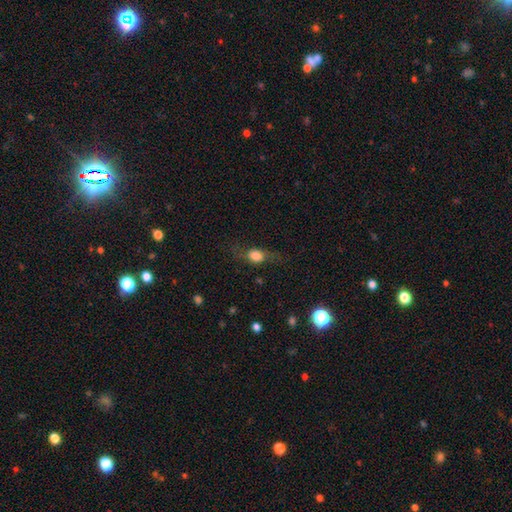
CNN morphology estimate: Smooth or featured: smooth — 67% (featured or disk — 23%)
How rounded: in between — 58% (round — 29%)
Merging: none — 64% (minor disturbance — 20%)